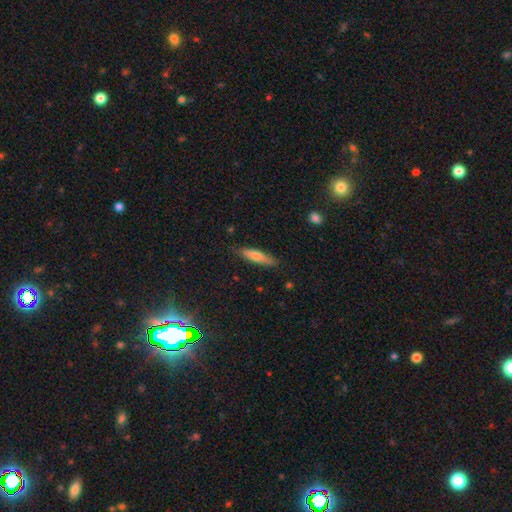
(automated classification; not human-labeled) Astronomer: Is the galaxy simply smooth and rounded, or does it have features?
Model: smooth — 62%.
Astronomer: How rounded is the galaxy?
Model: cigar-shaped — 79%.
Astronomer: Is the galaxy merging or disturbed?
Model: none — 84%.